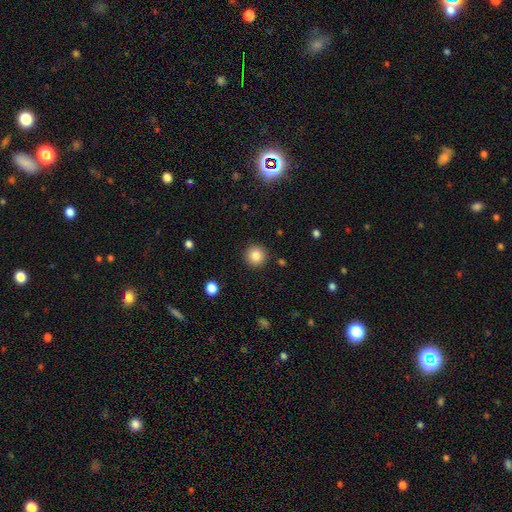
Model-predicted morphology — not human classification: This is clearly a smooth galaxy (83%). How rounded: clearly round (95%). Merging: clearly none (91%).